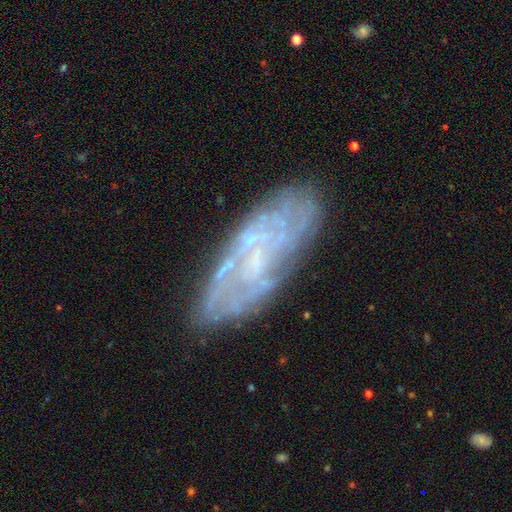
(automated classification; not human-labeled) featured or disk 71%, smooth 21%, star or artifact 9%. Down the decision tree: edge-on disk — no (87%); bar — no (67%); spiral arms — yes (63%); bulge size — small (54%); merging — none (75%).